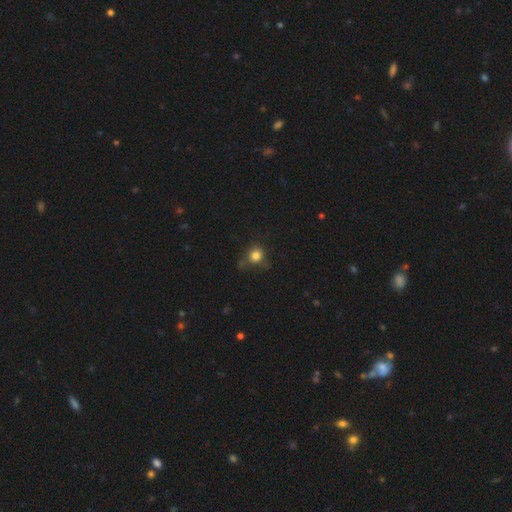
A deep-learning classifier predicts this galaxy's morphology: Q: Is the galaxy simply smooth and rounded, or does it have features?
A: smooth — 81%.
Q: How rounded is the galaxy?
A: round — 80%.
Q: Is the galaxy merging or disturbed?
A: none — 62%.